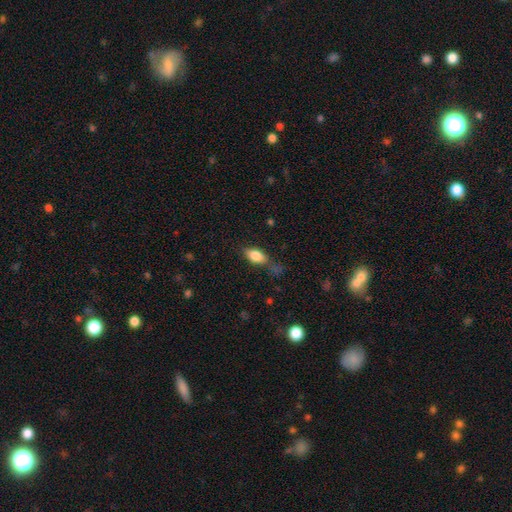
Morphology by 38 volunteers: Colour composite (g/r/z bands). It shows a smooth galaxy with no disk features (87%) that is in between round and cigar-shaped (82%). Merging: none (78%).